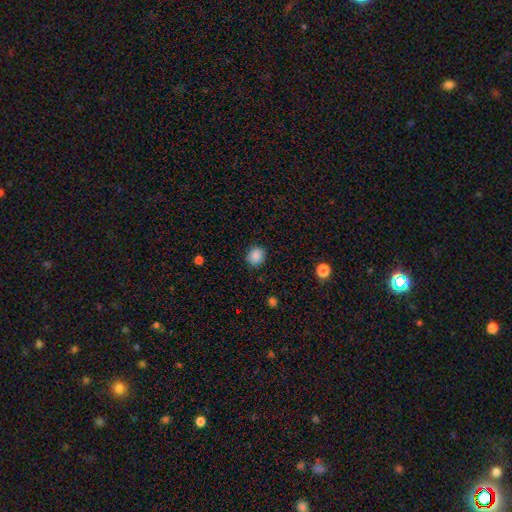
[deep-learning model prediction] smooth 87%, star or artifact 10%, featured or disk 3%. Down the decision tree: how rounded — round (78%); merging — none (87%).